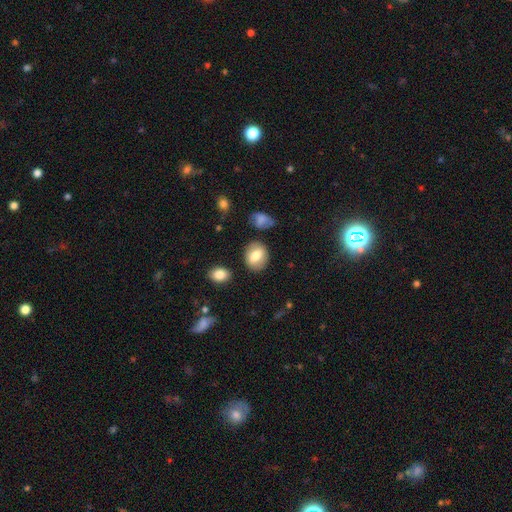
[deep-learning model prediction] Smooth or featured? Predicted: smooth (p=0.73). How rounded? Predicted: round (p=0.51). Merging? Predicted: none (p=0.81).